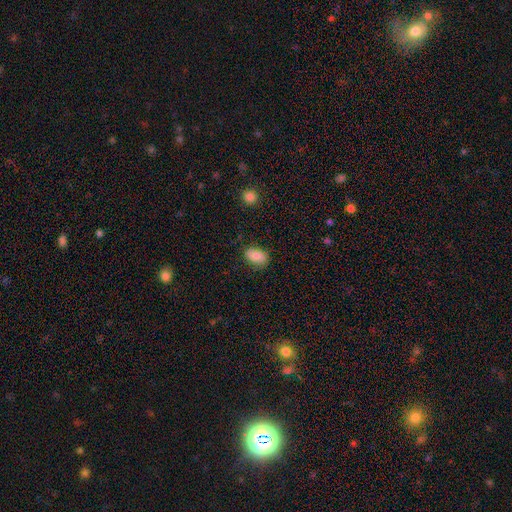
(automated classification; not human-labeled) This is likely a smooth galaxy (78%). How rounded: clearly in between (87%). Merging: likely none (78%).